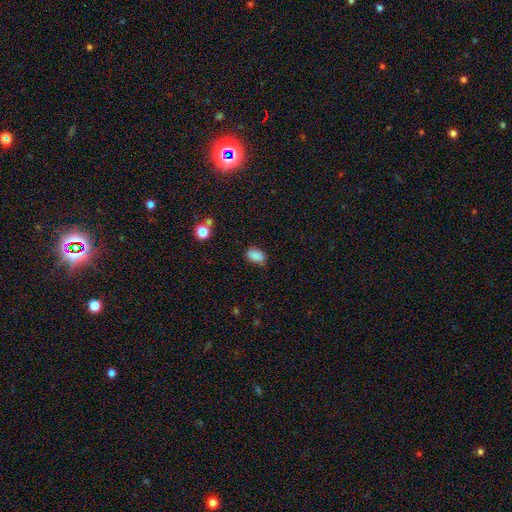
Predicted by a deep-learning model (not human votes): This appears to be a smooth galaxy with no disk features (87%) that is in between round and cigar-shaped (88%). Merging: none (75%).